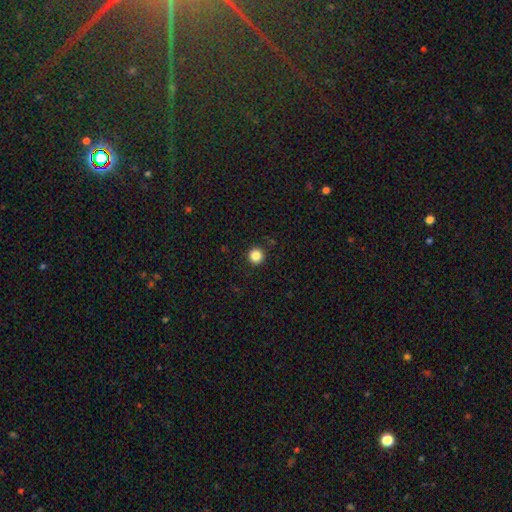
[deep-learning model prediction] A smooth galaxy with no disk features (85%) that is round (96%). Merging: none (93%).